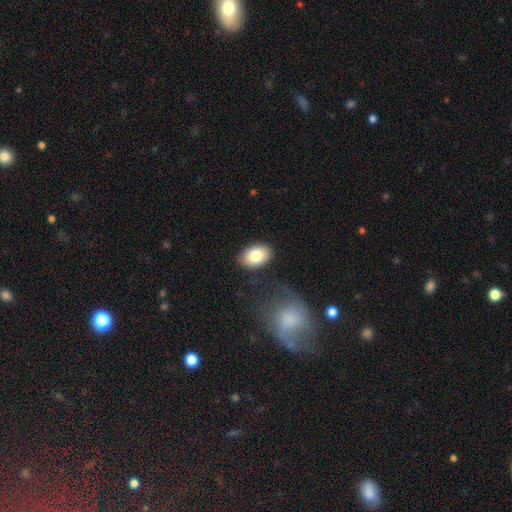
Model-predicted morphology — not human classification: Smooth or featured: smooth — 82% (featured or disk — 11%)
How rounded: in between — 87% (round — 12%)
Merging: none — 86% (minor disturbance — 10%)